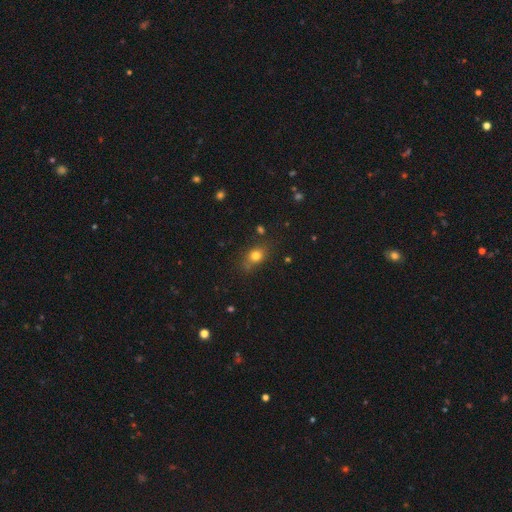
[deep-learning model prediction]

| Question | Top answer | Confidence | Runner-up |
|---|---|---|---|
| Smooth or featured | smooth | 77% | star or artifact (13%) |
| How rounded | in between | 53% | round (45%) |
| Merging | none | 70% | minor disturbance (20%) |